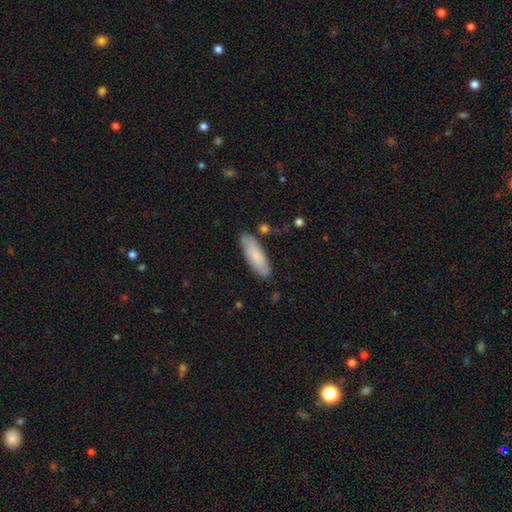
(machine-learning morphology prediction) Q: Smooth or featured?
A: smooth (79%); runner-up: featured or disk (15%)
Q: How rounded?
A: in between (58%); runner-up: cigar-shaped (41%)
Q: Merging?
A: none (78%); runner-up: minor disturbance (16%)